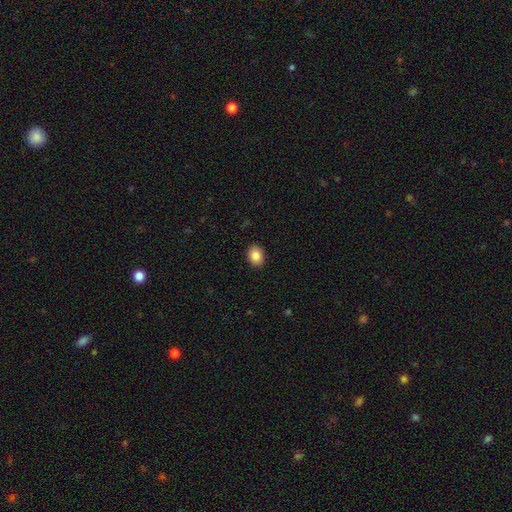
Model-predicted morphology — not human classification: Overall: smooth (85%). How rounded: in between (60%; round 39%). Merging: none (91%).